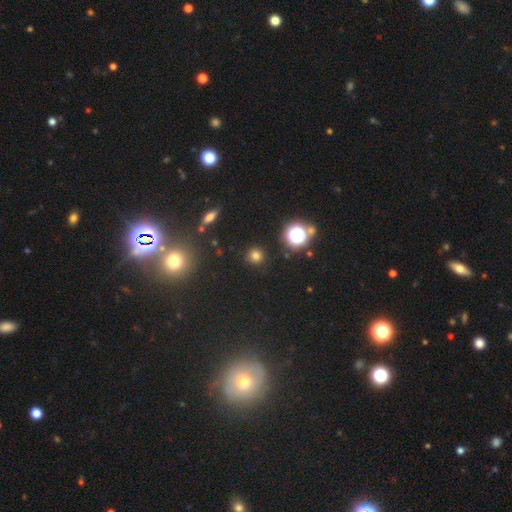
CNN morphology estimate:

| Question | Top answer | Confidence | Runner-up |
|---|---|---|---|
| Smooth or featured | smooth | 73% | star or artifact (21%) |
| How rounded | round | 93% | in between (6%) |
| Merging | none | 90% | minor disturbance (6%) |